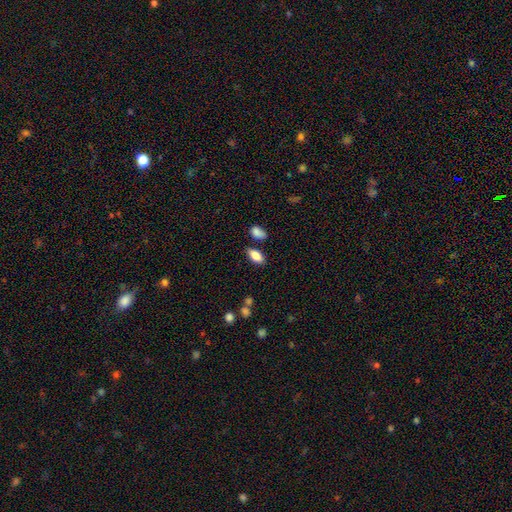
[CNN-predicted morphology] Smooth or featured: smooth — 85% (featured or disk — 8%)
How rounded: in between — 90% (cigar-shaped — 6%)
Merging: none — 77% (minor disturbance — 13%)